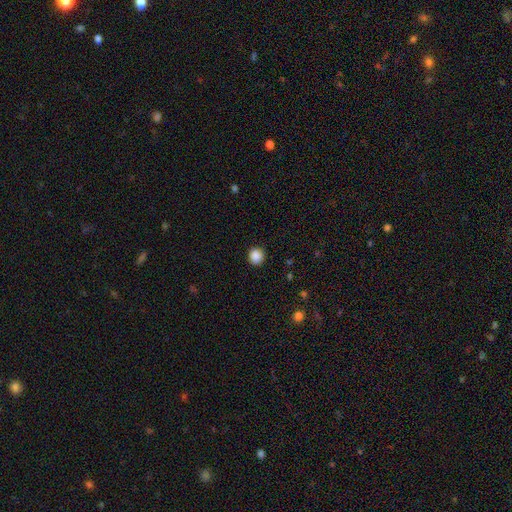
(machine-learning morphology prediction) smooth_or_featured: smooth (p=0.88) [alt: star or artifact p=0.10]
how_rounded: round (p=0.91) [alt: in between p=0.08]
merging: none (p=0.91) [alt: minor disturbance p=0.06]